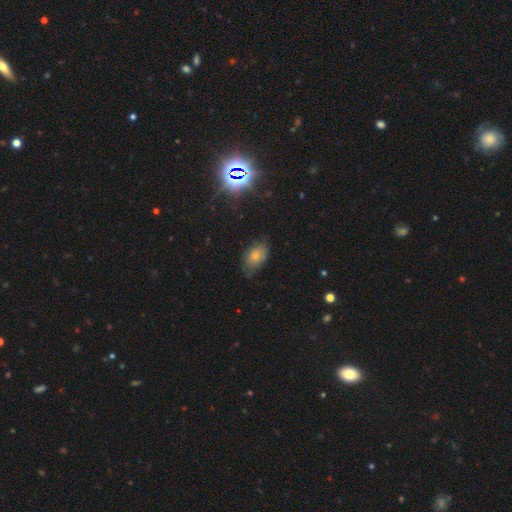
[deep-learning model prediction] Smooth or featured: smooth — 73% (featured or disk — 15%)
How rounded: in between — 90% (round — 8%)
Merging: none — 59% (minor disturbance — 31%)